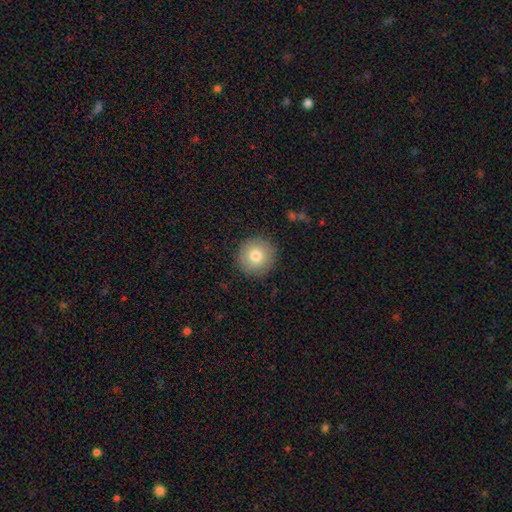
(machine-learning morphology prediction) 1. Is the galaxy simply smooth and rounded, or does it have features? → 78% smooth, 12% featured or disk, 9% star or artifact.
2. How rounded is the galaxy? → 95% round, 4% in between, 1% cigar-shaped.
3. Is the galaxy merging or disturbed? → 91% none, 6% minor disturbance, 2% major disturbance, 1% merger.